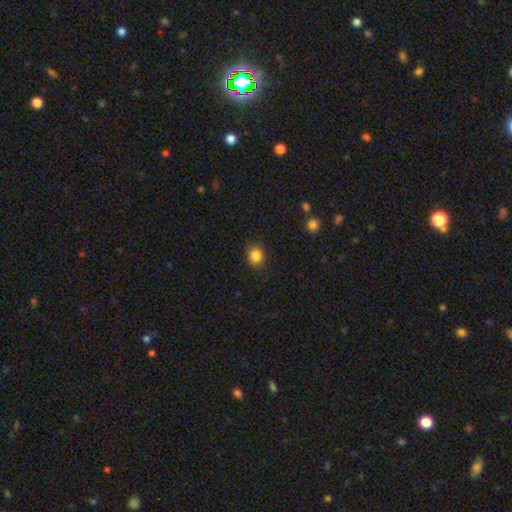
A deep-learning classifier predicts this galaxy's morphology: Smooth or featured: smooth — 85% (star or artifact — 11%)
How rounded: round — 73% (in between — 26%)
Merging: none — 87% (minor disturbance — 9%)